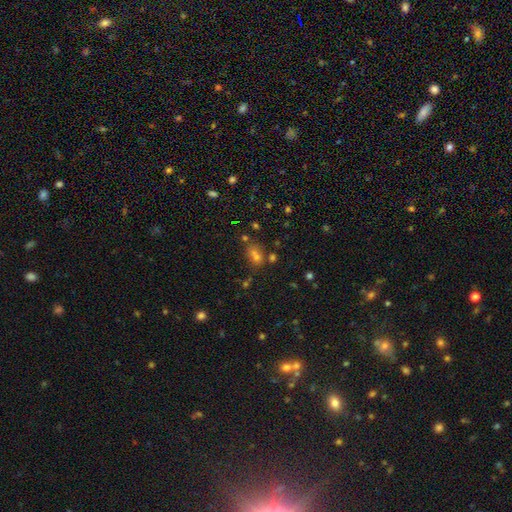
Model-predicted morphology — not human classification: A smooth galaxy with no disk features (53%) that is in between round and cigar-shaped (67%). Merging: none (58%).